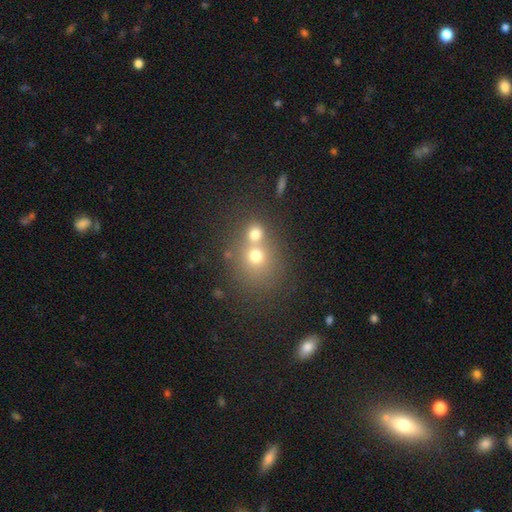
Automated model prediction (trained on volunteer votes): A smooth galaxy with no disk features (66%) that is round (78%).

Vote fractions:
- Smooth or featured? smooth: 66% / featured or disk: 18% / star or artifact: 16%
- How rounded? round: 78% / in between: 21% / cigar-shaped: 1%
- Merging? merger: 51% / none: 38% / minor disturbance: 7% / major disturbance: 3%